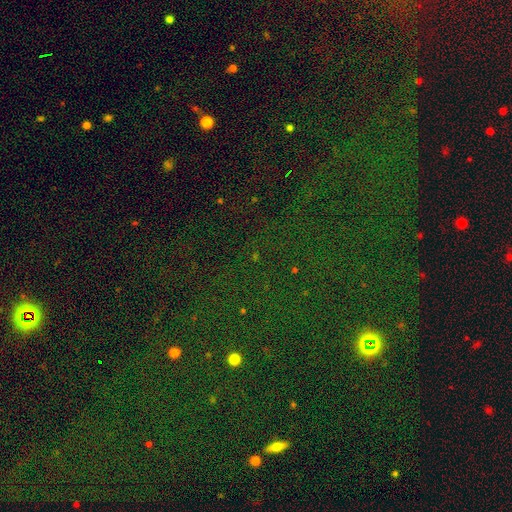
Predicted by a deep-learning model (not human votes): Q: Smooth or featured?
A: star or artifact (79%); runner-up: smooth (13%)